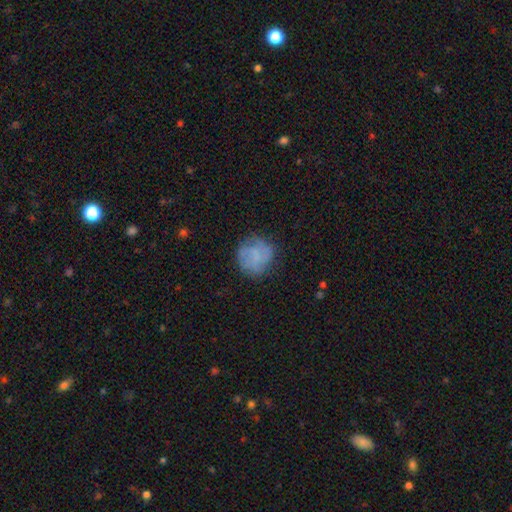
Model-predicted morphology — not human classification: Overall: smooth (53%; featured or disk 37%). How rounded: round (86%). Merging: none (73%).